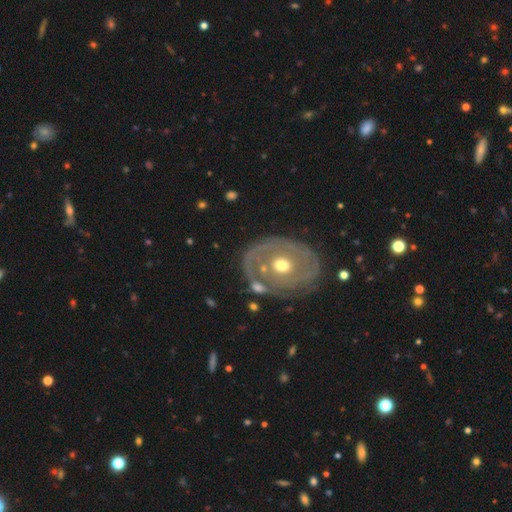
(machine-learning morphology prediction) Overall: featured or disk (71%). Edge-on disk: no (94%). Bar: no (78%). Spiral arms: no (53%; yes 47%). Bulge size: moderate (65%; small 28%). Merging: none (78%).